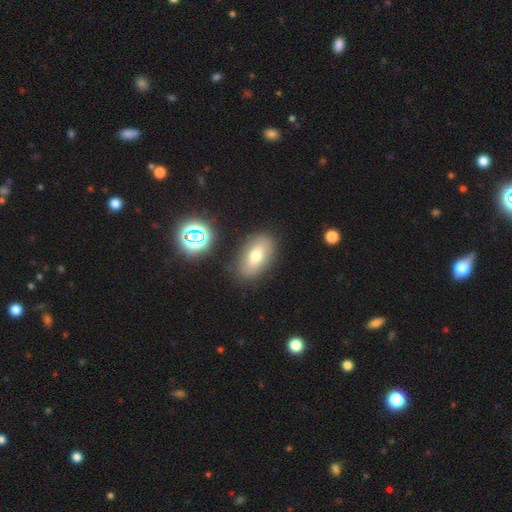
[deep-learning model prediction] Smooth or featured: smooth — 66% (featured or disk — 22%)
How rounded: in between — 89% (round — 8%)
Merging: none — 82% (minor disturbance — 12%)